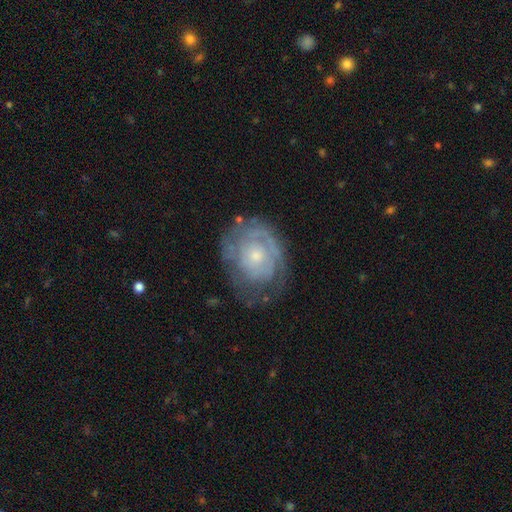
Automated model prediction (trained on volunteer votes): This appears to be a featured or disk galaxy (73%) with no bar (83%), tight (72%) spiral arms (76%) and a small central bulge (59%). Merging: none (65%).